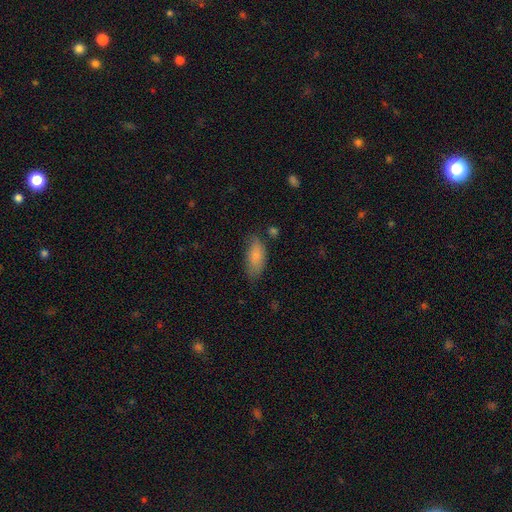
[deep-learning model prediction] This is clearly a smooth galaxy (82%). How rounded: clearly in between (84%). Merging: likely none (67%).